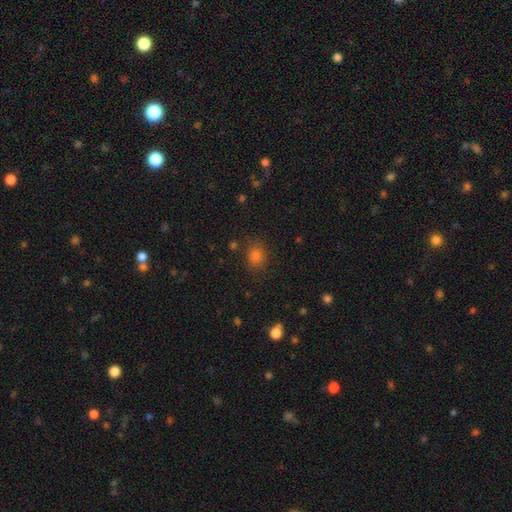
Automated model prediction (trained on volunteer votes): A smooth galaxy with no disk features (75%) that is round (69%). Merging: none (84%).